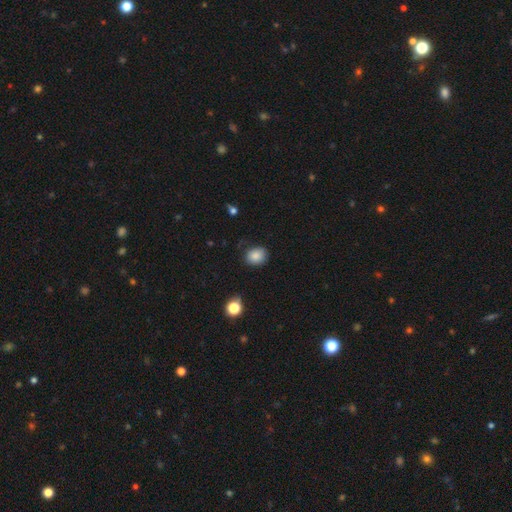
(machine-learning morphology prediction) Smooth or featured? smooth (86%)
How rounded? round (60%)
Merging? none (79%)